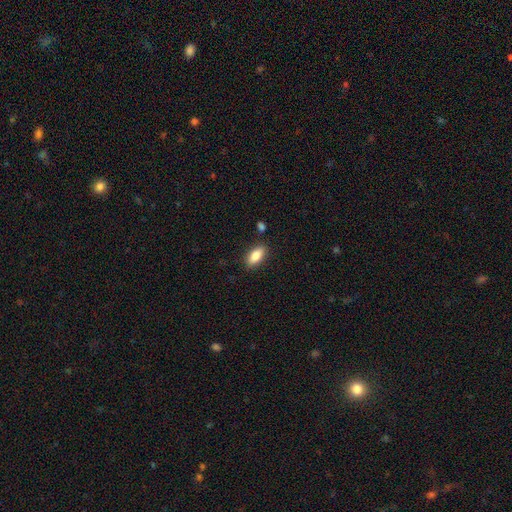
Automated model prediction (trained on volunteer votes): Smooth or featured?
  - smooth: 82% *
  - featured or disk: 11%
  - star or artifact: 7%
How rounded?
  - in between: 86% *
  - cigar-shaped: 11%
  - round: 3%
Merging?
  - none: 86% *
  - minor disturbance: 9%
  - merger: 2%
  - major disturbance: 2%